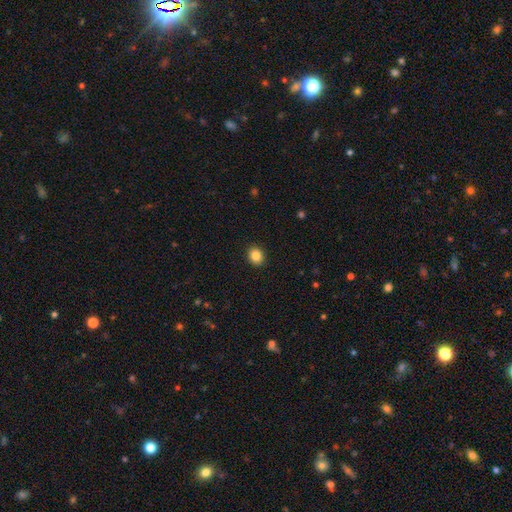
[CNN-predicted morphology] Smooth or featured: smooth — 86% (star or artifact — 10%)
How rounded: round — 74% (in between — 26%)
Merging: none — 92% (minor disturbance — 6%)